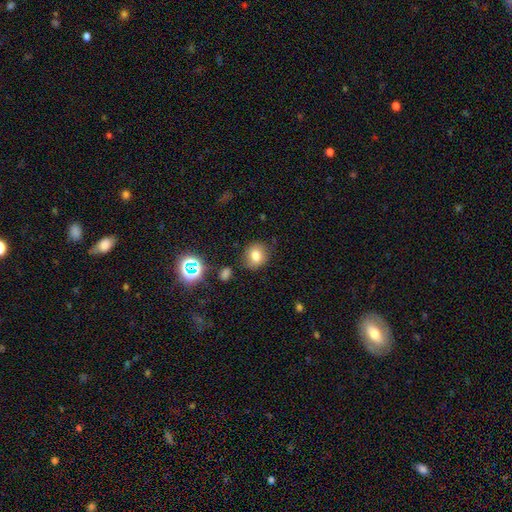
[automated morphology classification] Overall: smooth (76%). How rounded: round (72%). Merging: none (81%).